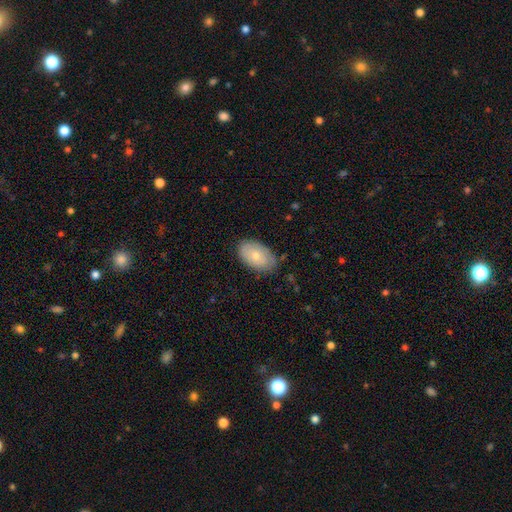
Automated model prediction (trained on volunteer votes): smooth_or_featured: smooth (p=0.71) [alt: featured or disk p=0.23]
how_rounded: in between (p=0.93) [alt: round p=0.06]
merging: none (p=0.78) [alt: minor disturbance p=0.18]